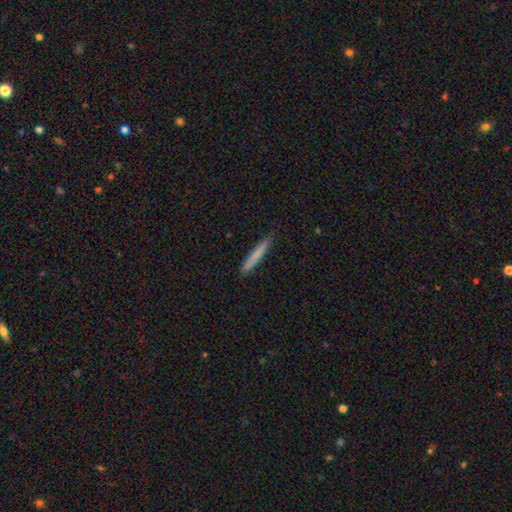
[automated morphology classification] smooth_or_featured: smooth (p=0.75) [alt: featured or disk p=0.19]
how_rounded: cigar-shaped (p=0.96) [alt: in between p=0.03]
merging: none (p=0.88) [alt: minor disturbance p=0.09]